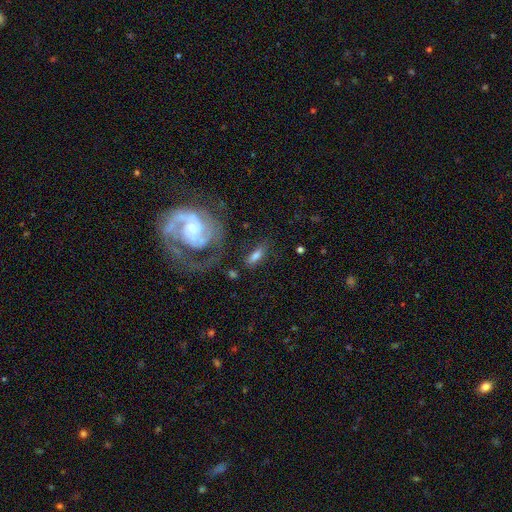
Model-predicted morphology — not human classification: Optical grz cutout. It shows a smooth galaxy with no disk features (60%) that is in between round and cigar-shaped (67%). Merging: none (62%).